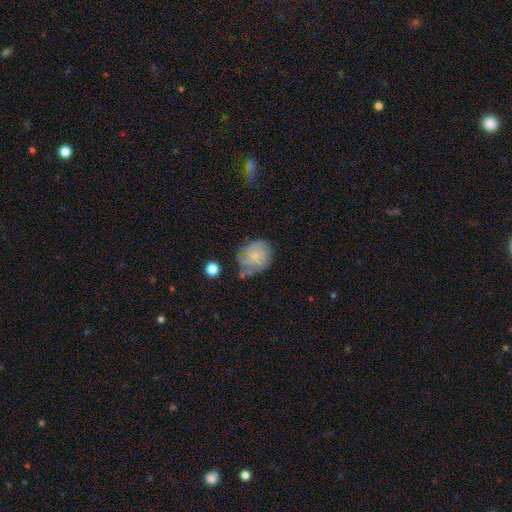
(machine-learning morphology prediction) A smooth galaxy with no disk features (48%). Merging: none (52%).